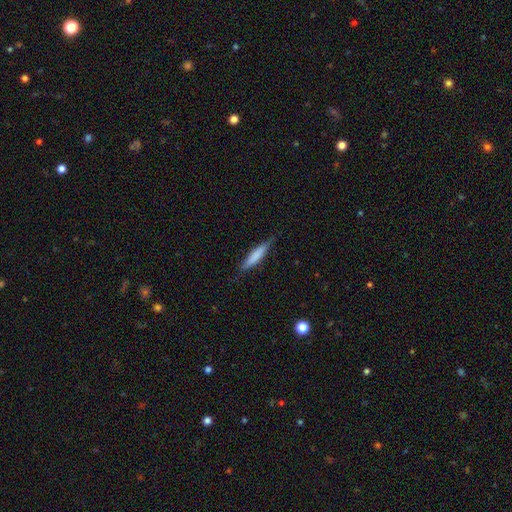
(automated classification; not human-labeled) This appears to be a smooth galaxy with no disk features (72%) that is cigar-shaped (88%). Merging: none (82%).